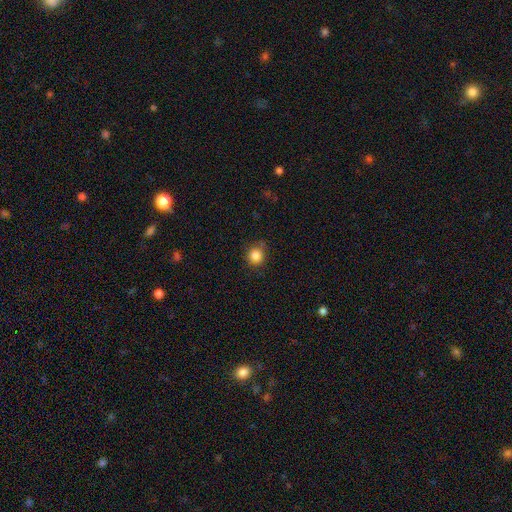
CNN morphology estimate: Overall: smooth (86%). How rounded: round (91%). Merging: none (77%).